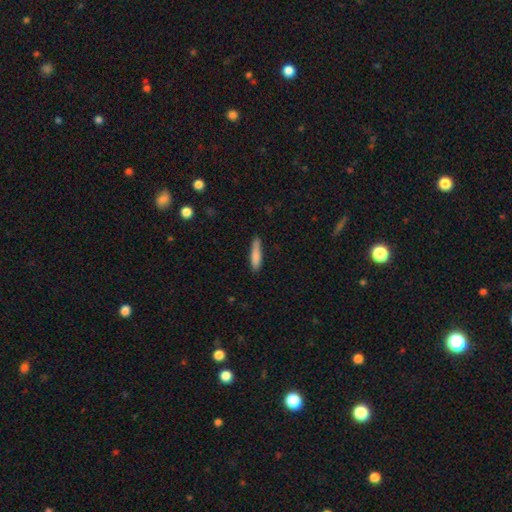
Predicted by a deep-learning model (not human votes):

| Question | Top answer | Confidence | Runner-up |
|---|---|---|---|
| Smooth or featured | smooth | 83% | featured or disk (11%) |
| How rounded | cigar-shaped | 82% | in between (17%) |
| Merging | none | 78% | minor disturbance (17%) |